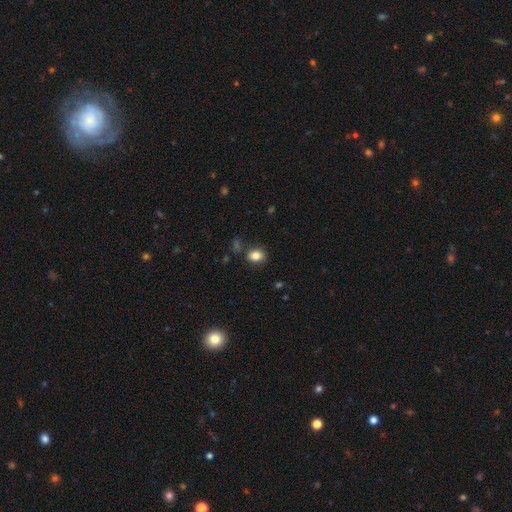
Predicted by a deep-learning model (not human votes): Q: Smooth or featured?
A: smooth (83%); runner-up: star or artifact (10%)
Q: How rounded?
A: in between (57%); runner-up: round (42%)
Q: Merging?
A: none (78%); runner-up: minor disturbance (13%)